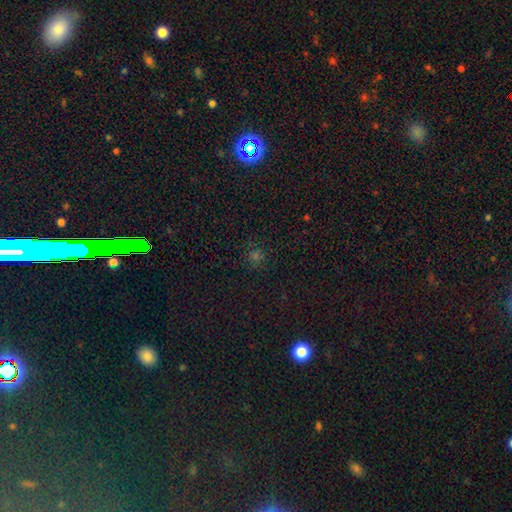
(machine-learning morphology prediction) Smooth or featured? smooth (46%, tied with star or artifact)
Merging? none (84%)